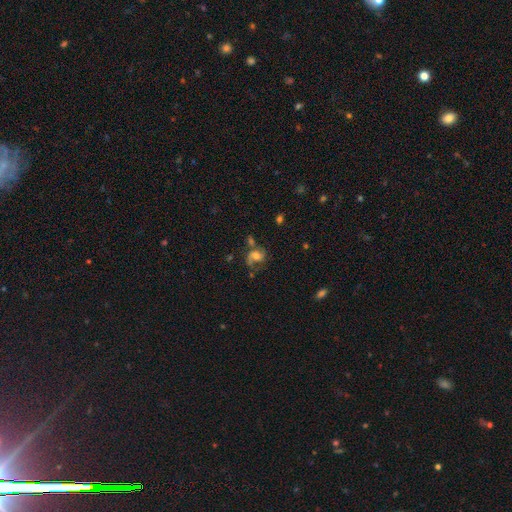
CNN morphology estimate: featured or disk 64%, smooth 26%, star or artifact 10%. Down the decision tree: edge-on disk — no (97%); bar — no (58%); spiral arms — yes (88%); spiral arm count — 2 (75%); spiral winding — medium (49%); bulge size — moderate (56%); merging — none (47%).